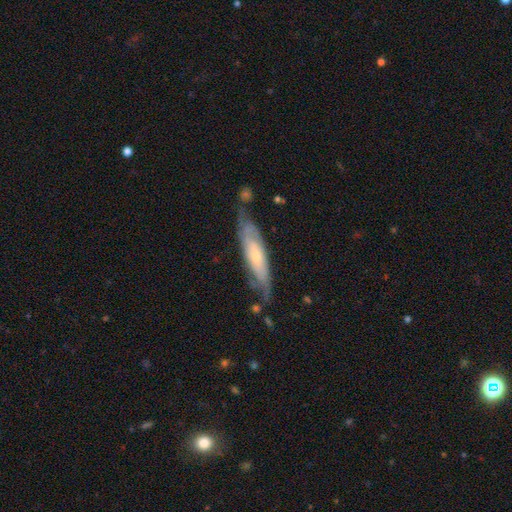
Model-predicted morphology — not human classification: Smooth or featured? Predicted: featured or disk (p=0.66). Edge-on disk? Predicted: no (p=0.67). Merging? Predicted: none (p=0.62).